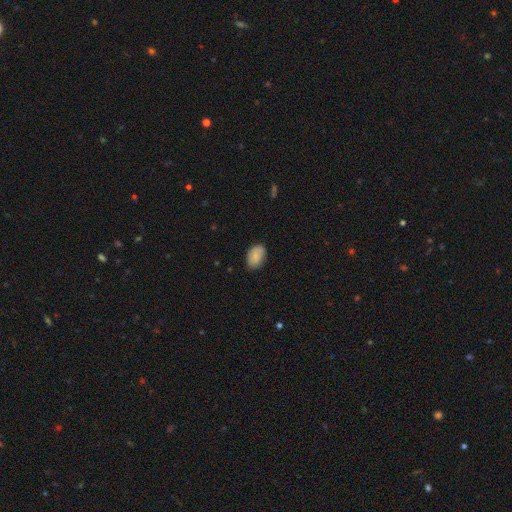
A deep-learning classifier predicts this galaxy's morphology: This appears to be a smooth galaxy with no disk features (83%) that is in between round and cigar-shaped (88%). Merging: none (82%).